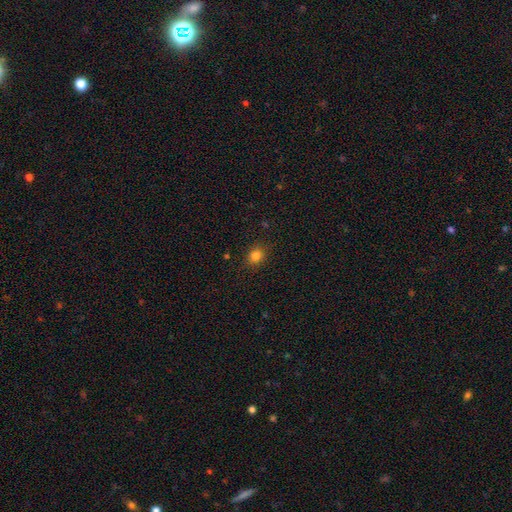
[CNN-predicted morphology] Smooth or featured? Predicted: smooth (p=0.82). How rounded? Predicted: round (p=0.65). Merging? Predicted: none (p=0.88).